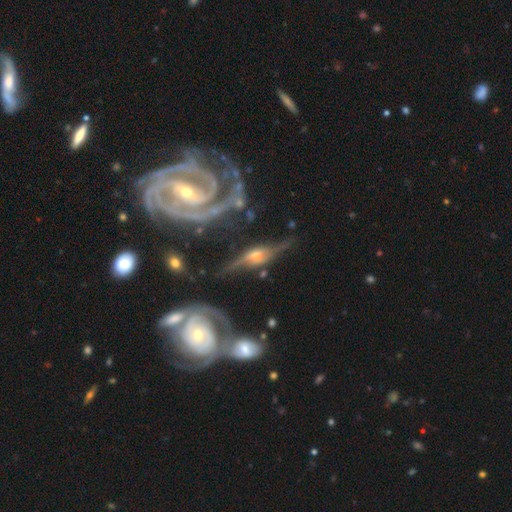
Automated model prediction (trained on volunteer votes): Smooth or featured: featured or disk — 82% (smooth — 11%)
Edge-on disk: no — 78% (yes — 22%)
Bar: no — 42% (weak — 31%)
Spiral arms: yes — 90% (no — 10%)
Spiral winding: tight — 38% (medium — 37%)
Spiral arm count: 2 — 67% (can't tell — 12%)
Bulge size: small — 49% (moderate — 39%)
Merging: none — 44% (minor disturbance — 20%)